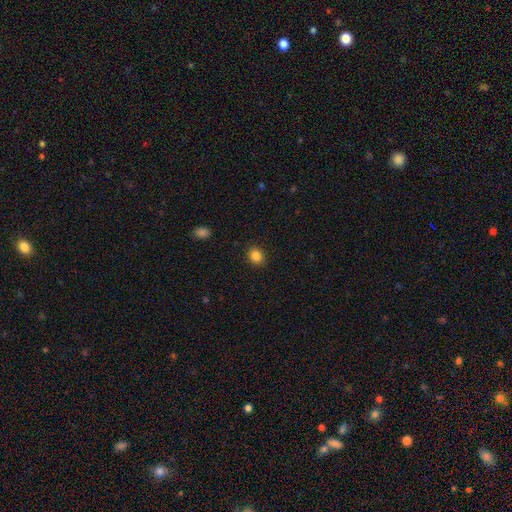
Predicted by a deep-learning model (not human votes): This is clearly a smooth galaxy (85%). How rounded: likely round (68%). Merging: clearly none (90%).